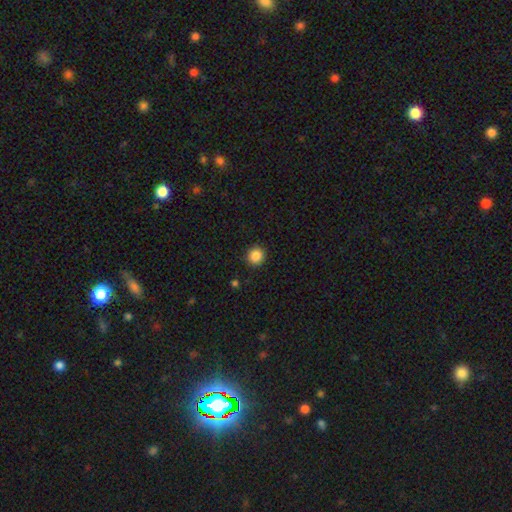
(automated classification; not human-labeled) Morphology: type=smooth (87%); roundness=round (93%); merging=none (91%).